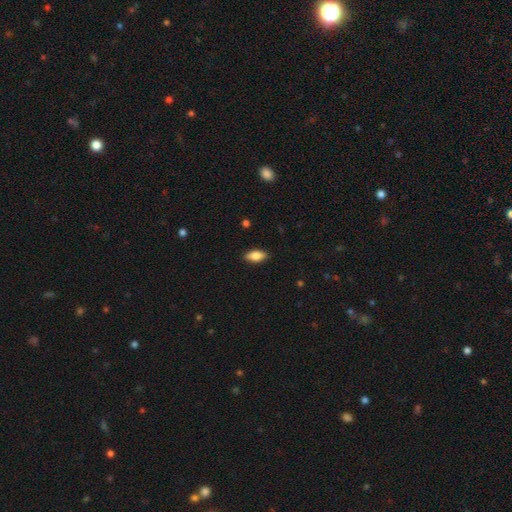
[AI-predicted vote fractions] A smooth galaxy with no disk features (82%) that is in between round and cigar-shaped (87%). Merging: none (88%).